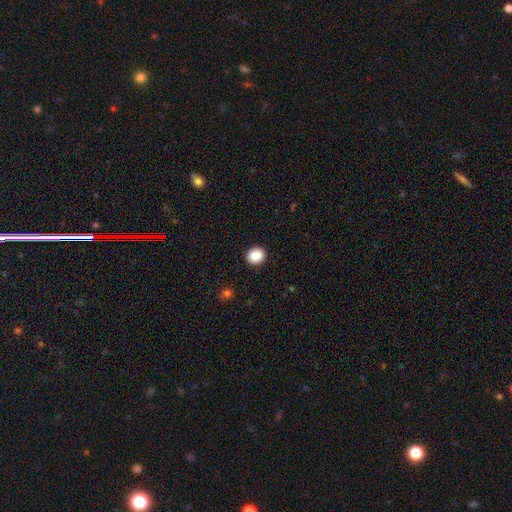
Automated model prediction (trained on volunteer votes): Q: Smooth or featured?
A: smooth (87%); runner-up: star or artifact (9%)
Q: How rounded?
A: round (81%); runner-up: in between (18%)
Q: Merging?
A: none (92%); runner-up: minor disturbance (5%)